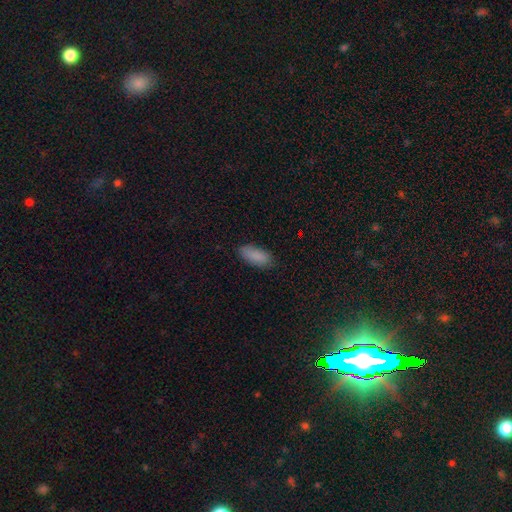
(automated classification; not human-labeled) smooth 88%, star or artifact 7%, featured or disk 5%. Down the decision tree: how rounded — in between (86%); merging — none (82%).